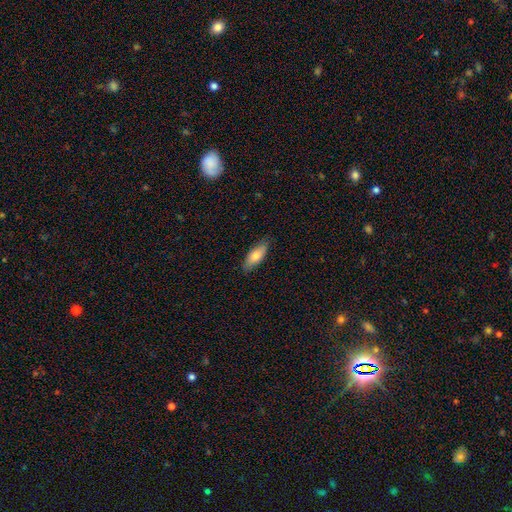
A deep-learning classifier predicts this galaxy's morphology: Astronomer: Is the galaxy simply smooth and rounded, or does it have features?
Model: smooth — 75%.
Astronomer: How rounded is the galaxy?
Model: in between — 73%.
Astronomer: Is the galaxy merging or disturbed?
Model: none — 83%.